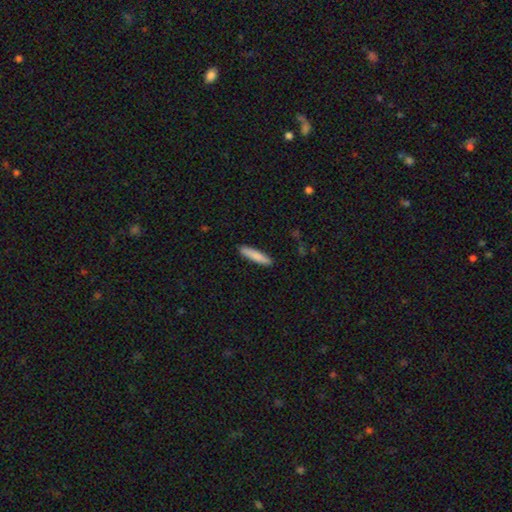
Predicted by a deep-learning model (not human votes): Smooth or featured? Predicted: smooth (p=0.84). How rounded? Predicted: cigar-shaped (p=0.87). Merging? Predicted: none (p=0.90).